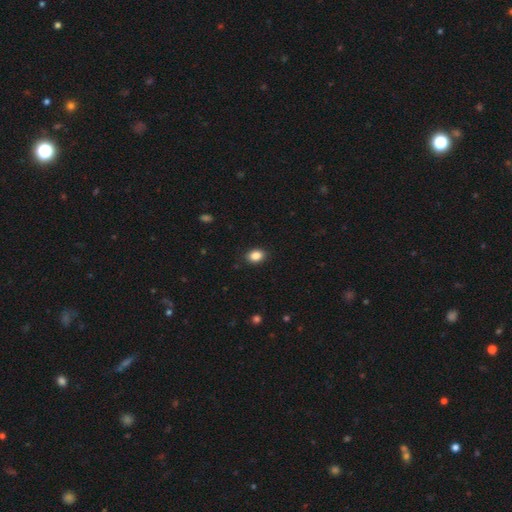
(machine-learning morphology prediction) Smooth or featured: smooth — 87% (star or artifact — 9%)
How rounded: in between — 75% (round — 23%)
Merging: none — 89% (minor disturbance — 8%)